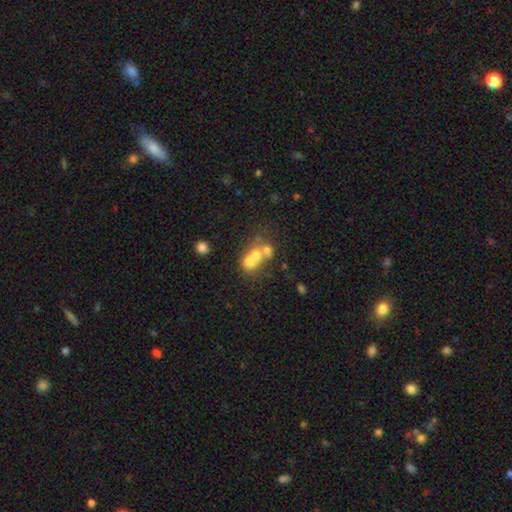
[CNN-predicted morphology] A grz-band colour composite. It shows a smooth galaxy with no disk features (57%) that is round (63%). Merging: merger (64%).